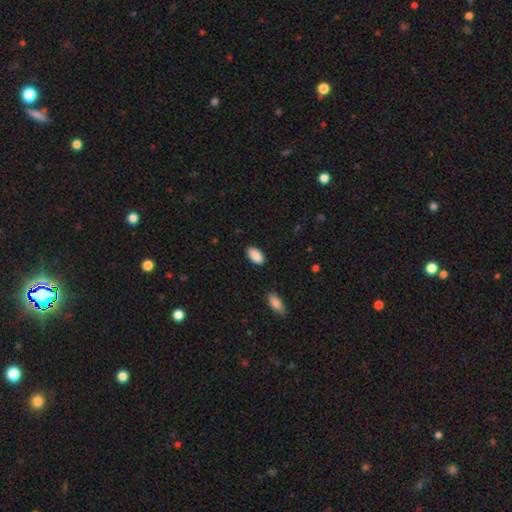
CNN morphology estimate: This is clearly a smooth galaxy (90%). How rounded: clearly in between (94%). Merging: clearly none (86%).